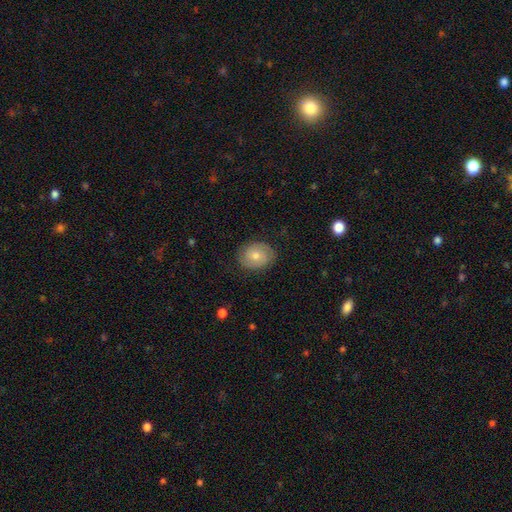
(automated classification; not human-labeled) Smooth or featured?
  - smooth: 48% *
  - featured or disk: 42%
  - star or artifact: 10%
Merging?
  - none: 83% *
  - minor disturbance: 13%
  - major disturbance: 3%
  - merger: 1%